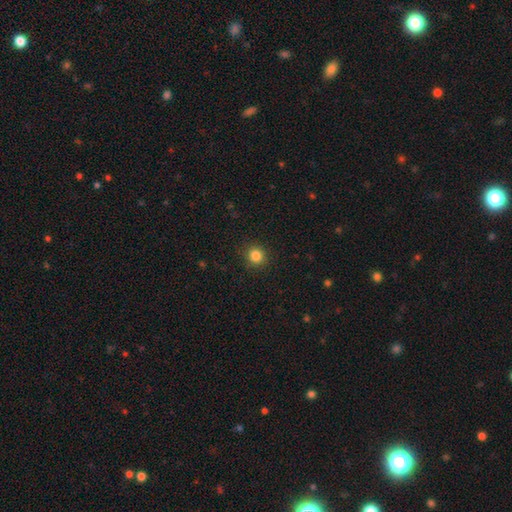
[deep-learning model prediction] smooth_or_featured: smooth (p=0.84) [alt: star or artifact p=0.12]
how_rounded: round (p=0.90) [alt: in between p=0.09]
merging: none (p=0.91) [alt: minor disturbance p=0.06]